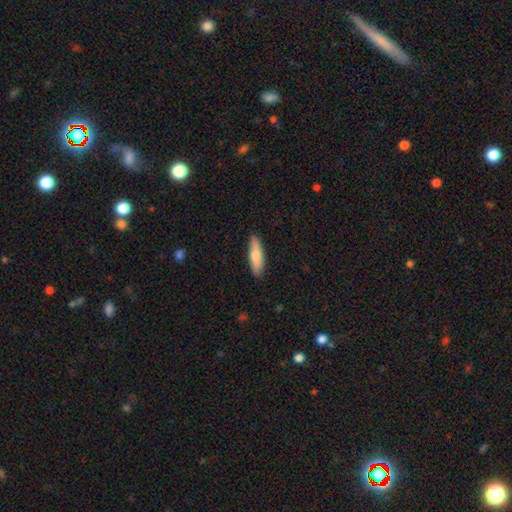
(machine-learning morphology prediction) This appears to be a smooth galaxy with no disk features (73%) that is cigar-shaped (62%). Merging: none (87%).